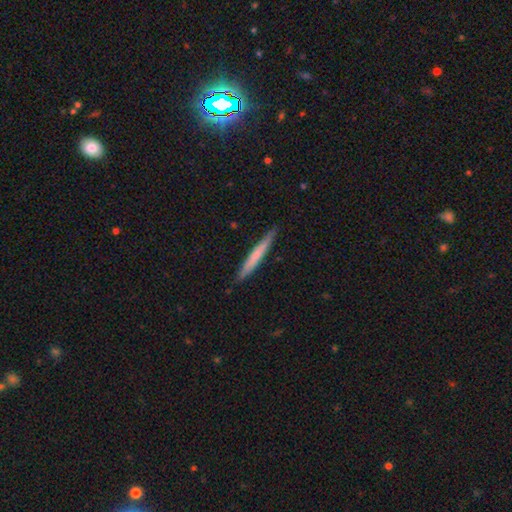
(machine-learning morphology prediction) Q: Smooth or featured?
A: smooth (60%); runner-up: featured or disk (35%)
Q: How rounded?
A: cigar-shaped (97%); runner-up: in between (2%)
Q: Merging?
A: none (90%); runner-up: minor disturbance (8%)